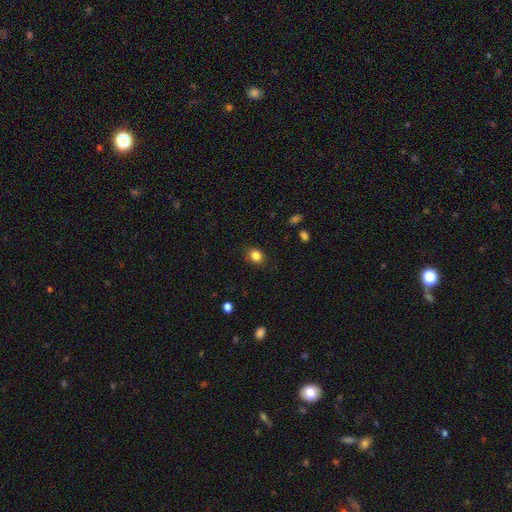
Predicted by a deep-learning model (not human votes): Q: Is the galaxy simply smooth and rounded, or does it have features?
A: smooth — 85%.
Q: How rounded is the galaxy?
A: round — 56%.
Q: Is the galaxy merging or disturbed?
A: none — 85%.